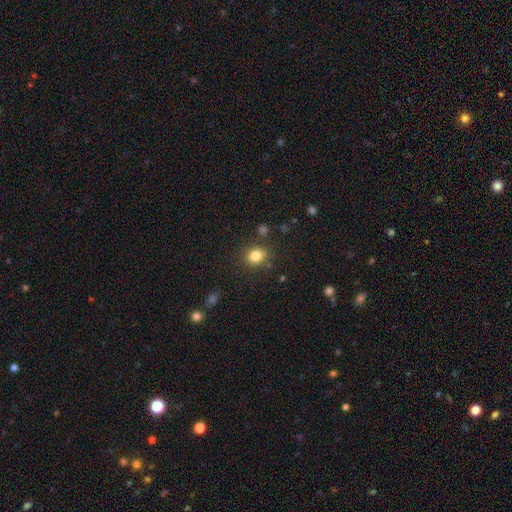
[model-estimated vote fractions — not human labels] smooth 82%, star or artifact 11%, featured or disk 6%. Down the decision tree: how rounded — round (57%); merging — none (82%).